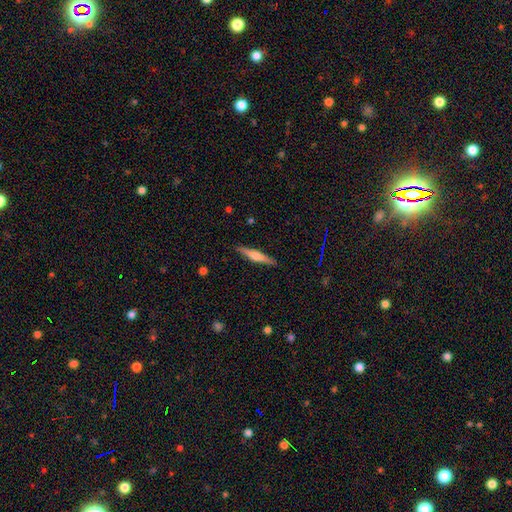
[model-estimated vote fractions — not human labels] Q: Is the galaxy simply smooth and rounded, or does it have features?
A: featured or disk — 54%.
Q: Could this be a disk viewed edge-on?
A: yes — 96%.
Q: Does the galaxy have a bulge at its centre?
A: rounded — 76%.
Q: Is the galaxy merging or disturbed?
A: none — 90%.